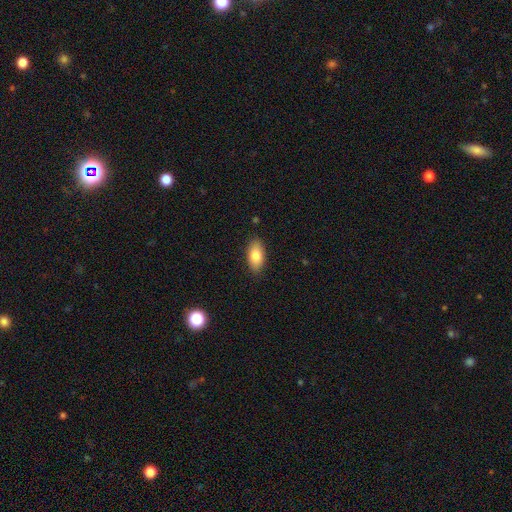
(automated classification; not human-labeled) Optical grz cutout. It shows a smooth galaxy with no disk features (81%) that is in between round and cigar-shaped (91%). Merging: none (86%).